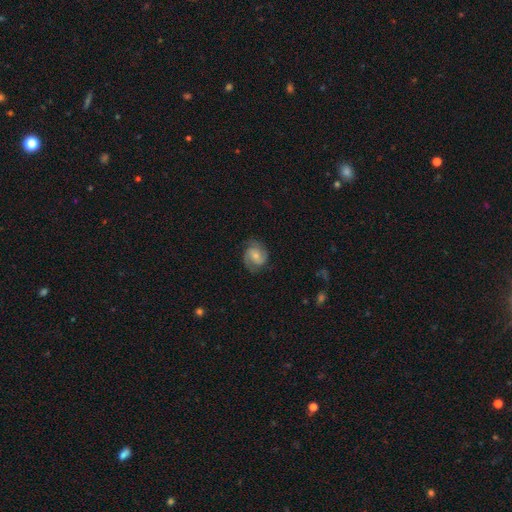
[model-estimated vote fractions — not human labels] Smooth or featured: featured or disk — 71% (smooth — 22%)
Edge-on disk: no — 98% (yes — 2%)
Bar: no — 50% (weak — 40%)
Spiral arms: yes — 94% (no — 6%)
Spiral winding: medium — 47% (tight — 36%)
Spiral arm count: 2 — 81% (can't tell — 8%)
Bulge size: small — 52% (moderate — 39%)
Merging: none — 75% (minor disturbance — 17%)